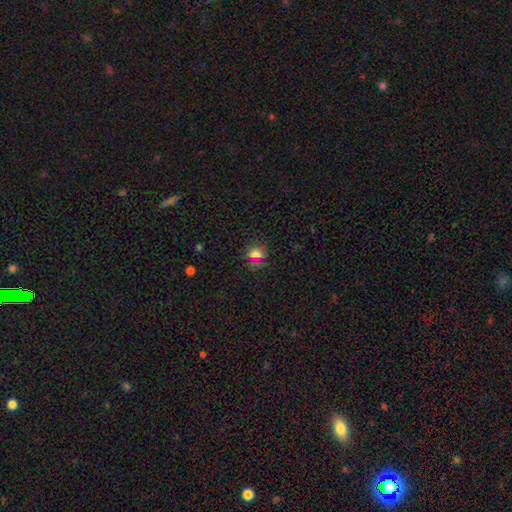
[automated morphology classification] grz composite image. It shows a smooth galaxy with no disk features (67%) that is round (75%). Merging: none (82%).